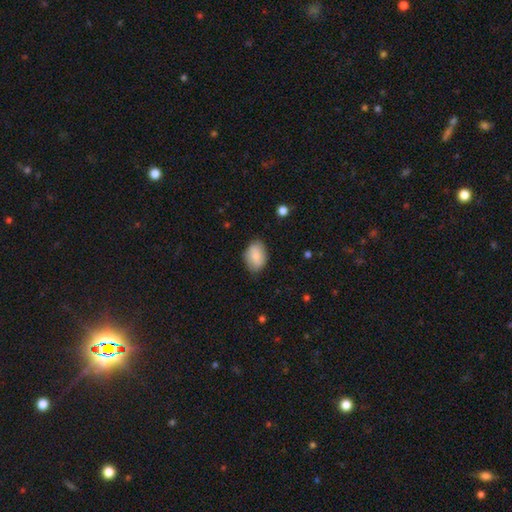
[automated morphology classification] A smooth galaxy with no disk features (78%) that is in between round and cigar-shaped (83%).

Vote fractions:
- Smooth or featured? smooth: 78% / featured or disk: 16% / star or artifact: 7%
- How rounded? in between: 83% / round: 16% / cigar-shaped: 1%
- Merging? none: 78% / minor disturbance: 18% / major disturbance: 3% / merger: 1%